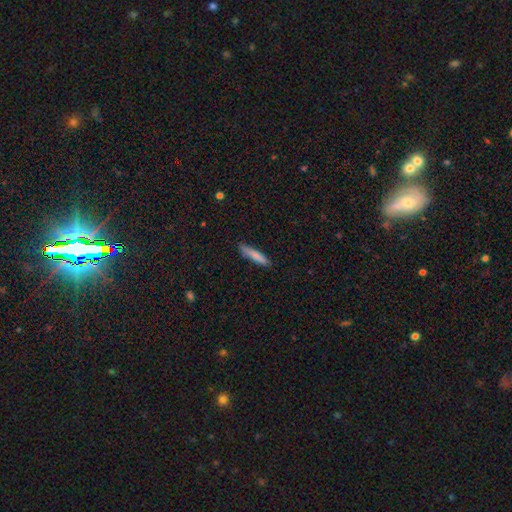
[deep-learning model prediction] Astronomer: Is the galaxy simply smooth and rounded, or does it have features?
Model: smooth — 79%.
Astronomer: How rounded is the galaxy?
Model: cigar-shaped — 91%.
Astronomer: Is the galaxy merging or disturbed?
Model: none — 87%.